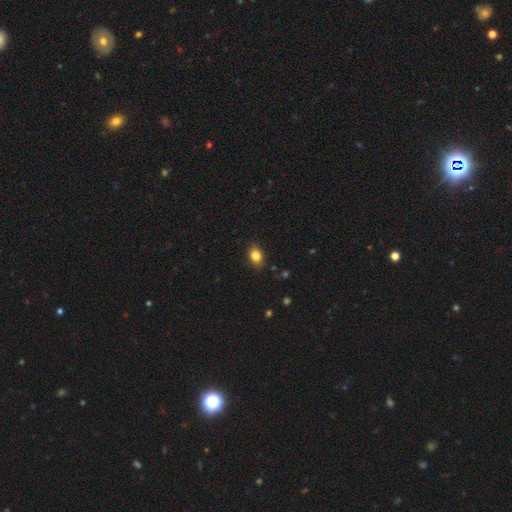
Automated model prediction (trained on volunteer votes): smooth 83%, star or artifact 9%, featured or disk 7%. Down the decision tree: how rounded — in between (78%); merging — none (85%).